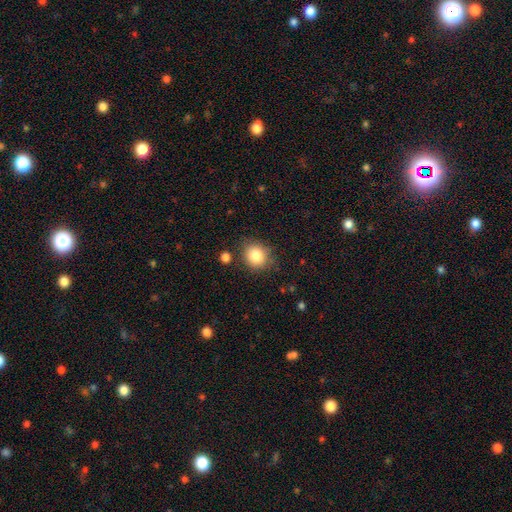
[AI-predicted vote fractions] Smooth or featured? smooth (84%)
How rounded? round (84%)
Merging? none (82%)